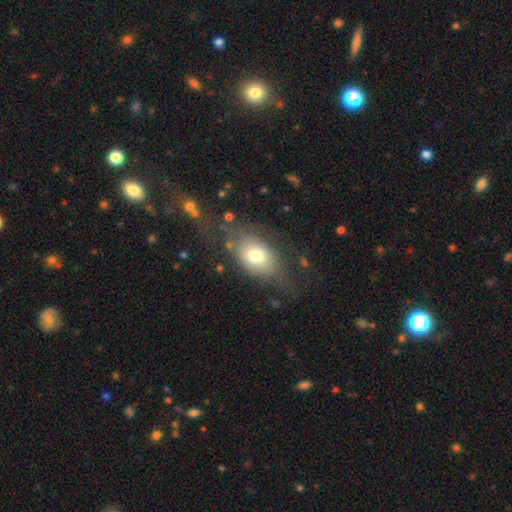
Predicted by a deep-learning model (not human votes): Smooth or featured?
  - smooth: 67% *
  - featured or disk: 23%
  - star or artifact: 10%
How rounded?
  - in between: 77% *
  - round: 21%
  - cigar-shaped: 2%
Merging?
  - none: 49% *
  - minor disturbance: 24%
  - major disturbance: 24%
  - merger: 3%